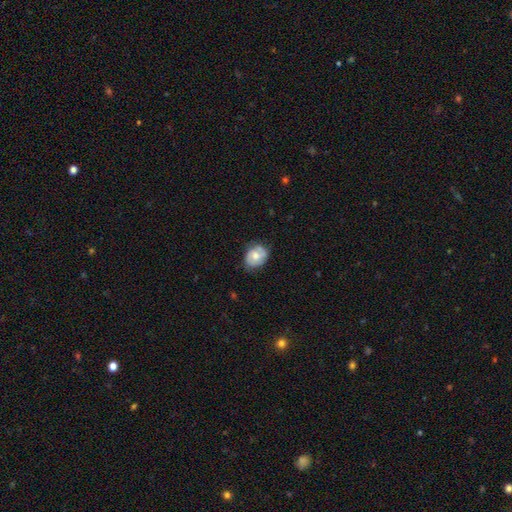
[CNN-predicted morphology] A smooth galaxy with no disk features (51%) that is in between round and cigar-shaped (56%). Merging: none (63%).